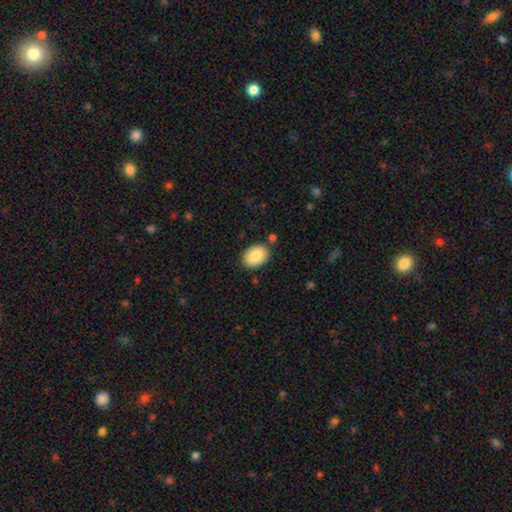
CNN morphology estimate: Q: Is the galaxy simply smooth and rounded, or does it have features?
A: smooth — 87%.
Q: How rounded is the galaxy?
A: in between — 78%.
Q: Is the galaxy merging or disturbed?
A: none — 85%.